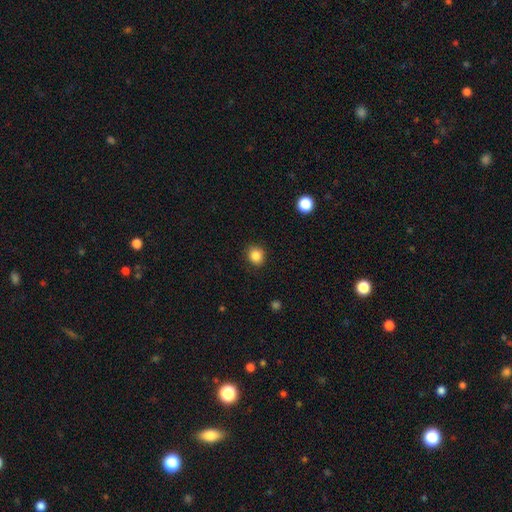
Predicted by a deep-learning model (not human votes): A smooth galaxy with no disk features (85%) that is round (80%). Merging: none (88%).